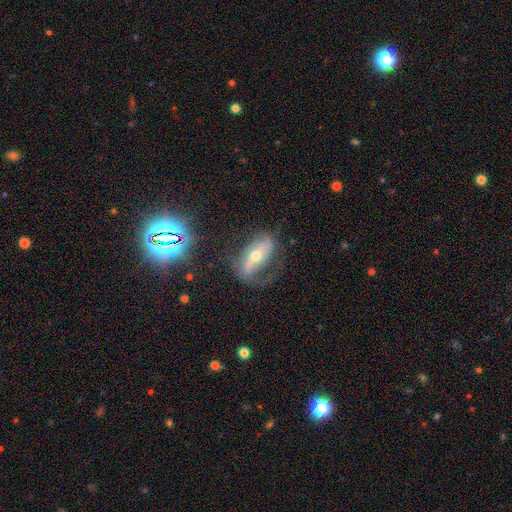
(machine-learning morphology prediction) A featured or disk galaxy (72%) with a strong bar (48%), 2 (65%) loose (47%) spiral arms (86%) and a moderate central bulge (53%).

Vote fractions:
- Smooth or featured? featured or disk: 72% / smooth: 17% / star or artifact: 11%
- Edge-on disk? no: 89% / yes: 11%
- Bar? strong: 48% / no: 26% / weak: 26%
- Spiral arms? yes: 86% / no: 14%
- Spiral winding? loose: 47% / medium: 35% / tight: 18%
- Spiral arm count? 2: 65% / 1: 24% / can't tell: 9% / 3: 1% / 4: 1% / more than 4: 1%
- Bulge size? moderate: 53% / small: 42% / large: 3% / dominant: 1% / none: 1%
- Merging? none: 50% / major disturbance: 25% / minor disturbance: 23% / merger: 2%